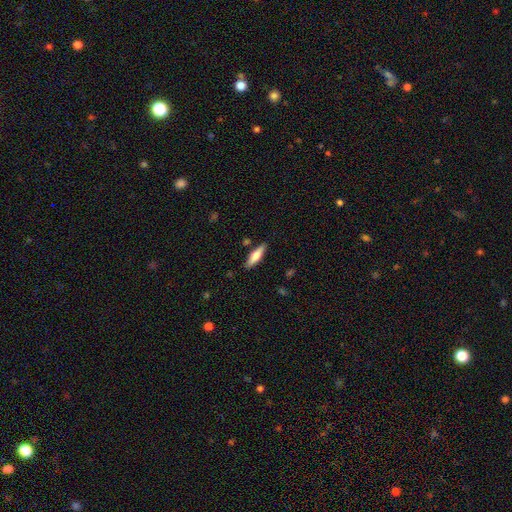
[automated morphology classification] Smooth or featured: smooth — 70% (featured or disk — 25%)
How rounded: cigar-shaped — 62% (in between — 37%)
Merging: none — 85% (minor disturbance — 10%)